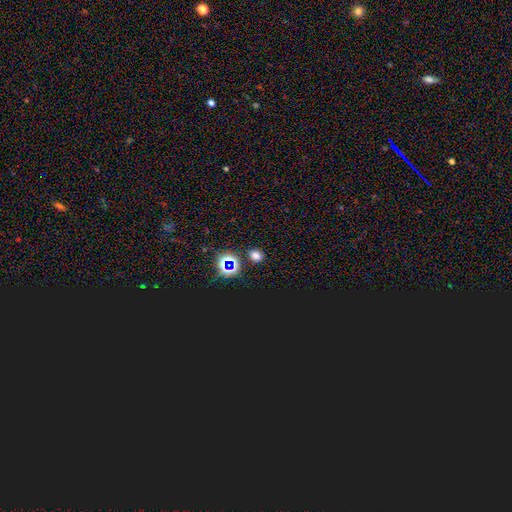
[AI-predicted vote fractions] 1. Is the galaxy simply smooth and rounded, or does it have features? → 59% smooth, 36% star or artifact, 6% featured or disk.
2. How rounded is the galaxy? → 60% round, 38% in between, 2% cigar-shaped.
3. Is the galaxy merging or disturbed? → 85% none, 8% minor disturbance, 4% merger, 3% major disturbance.